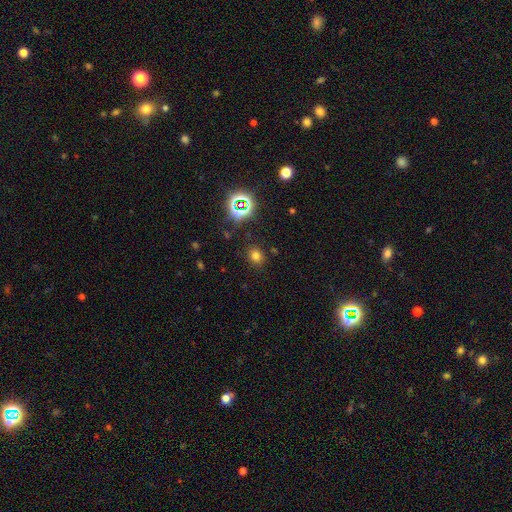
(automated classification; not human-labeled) The model was most divided on "how rounded": round: 72%, in between: 27%, cigar-shaped: 1%. More confident: merging — none (86%); smooth or featured — smooth (70%).